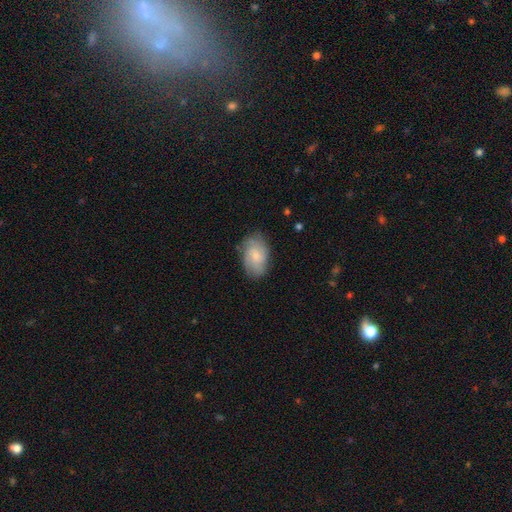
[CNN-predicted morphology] Smooth or featured?
  - smooth: 48% *
  - featured or disk: 44%
  - star or artifact: 7%
Merging?
  - none: 74% *
  - minor disturbance: 19%
  - major disturbance: 5%
  - merger: 1%